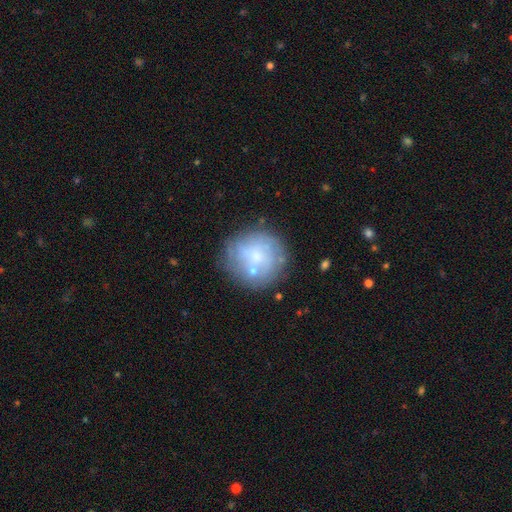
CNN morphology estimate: smooth 48%, featured or disk 43%, star or artifact 10%. Down the decision tree: merging — none (67%).